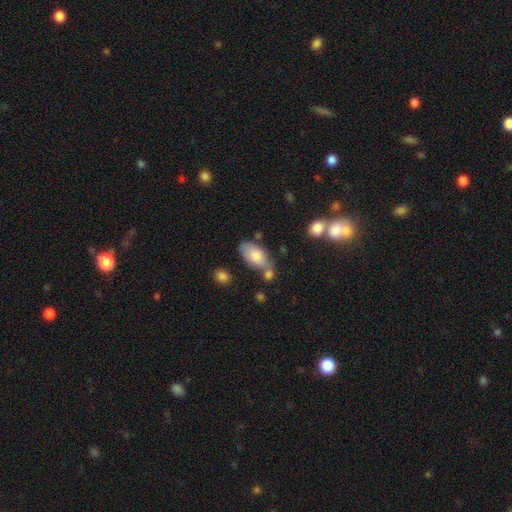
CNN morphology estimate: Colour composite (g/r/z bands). It shows a smooth galaxy with no disk features (78%) that is in between round and cigar-shaped (92%). Merging: none (50%).